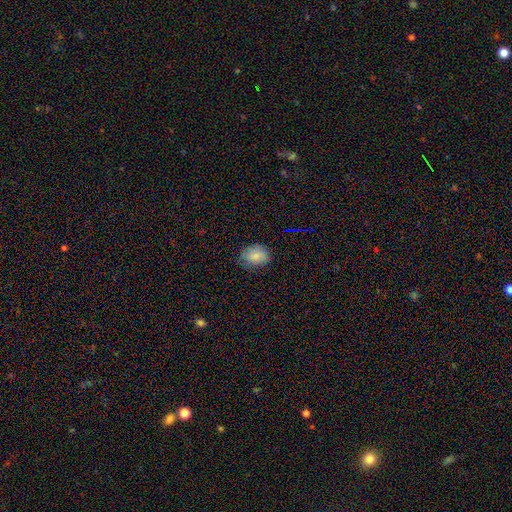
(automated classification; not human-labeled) Smooth or featured: smooth — 83% (star or artifact — 10%)
How rounded: in between — 64% (round — 35%)
Merging: none — 76% (minor disturbance — 20%)